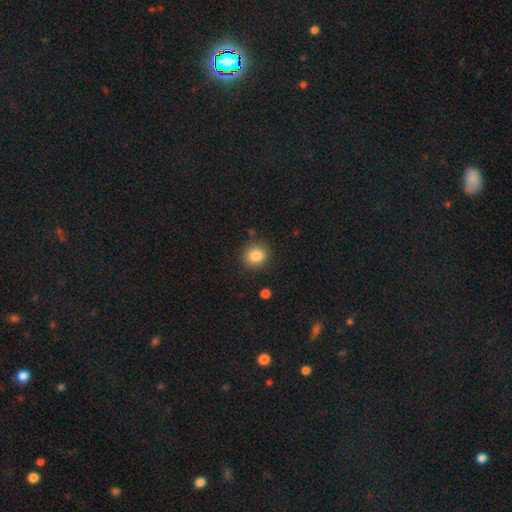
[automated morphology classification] Smooth or featured? Predicted: smooth (p=0.85). How rounded? Predicted: round (p=0.85). Merging? Predicted: none (p=0.87).